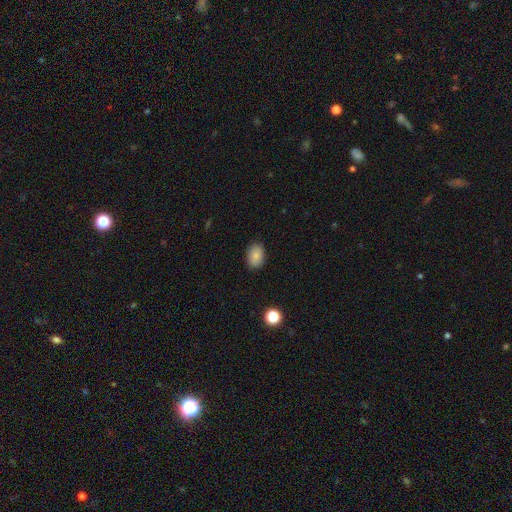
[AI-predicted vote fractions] Overall: smooth (84%). How rounded: in between (80%). Merging: none (87%).